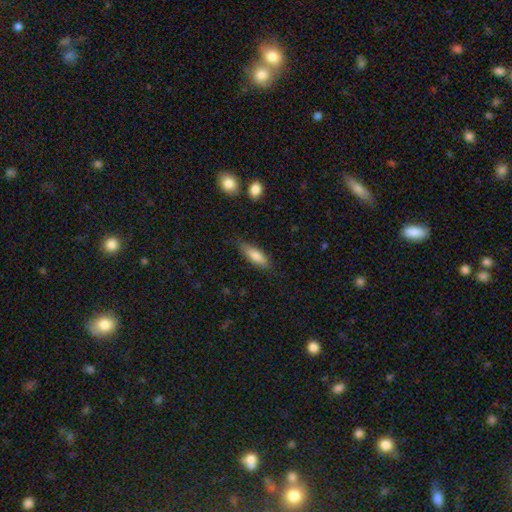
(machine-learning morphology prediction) This appears to be a smooth galaxy with no disk features (77%) that is cigar-shaped (51%). Merging: none (77%).